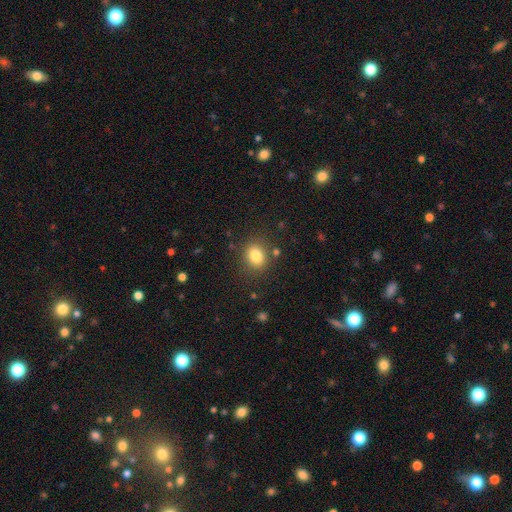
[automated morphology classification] Smooth or featured? smooth (82%)
How rounded? round (53%)
Merging? none (82%)